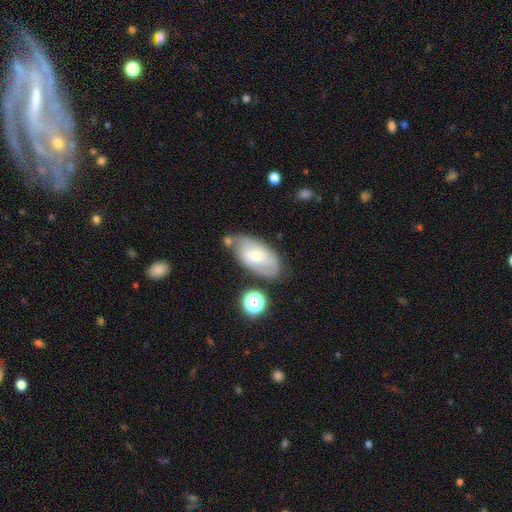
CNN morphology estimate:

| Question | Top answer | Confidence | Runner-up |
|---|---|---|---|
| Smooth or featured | featured or disk | 56% | smooth (36%) |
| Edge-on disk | no | 91% | yes (9%) |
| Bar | no | 63% | weak (29%) |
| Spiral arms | yes | 69% | no (31%) |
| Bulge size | small | 49% | moderate (46%) |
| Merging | none | 63% | minor disturbance (22%) |